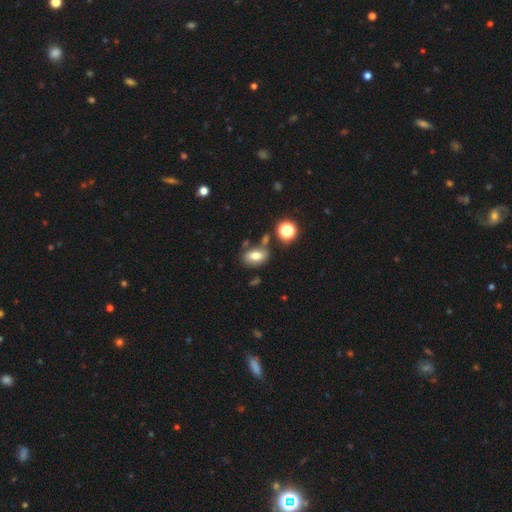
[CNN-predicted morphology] This is likely a smooth galaxy (72%). How rounded: clearly in between (83%). Merging: likely none (66%).